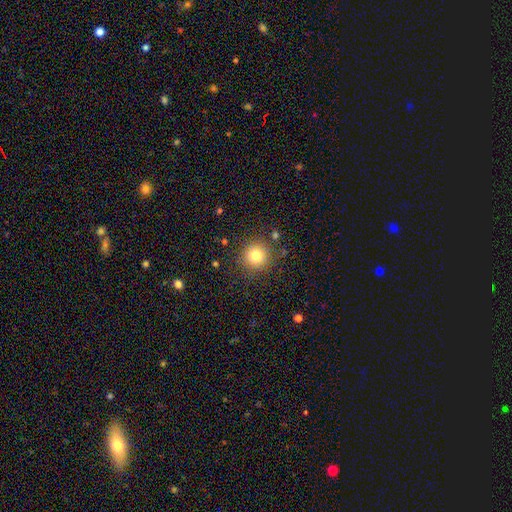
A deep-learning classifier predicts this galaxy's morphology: smooth-or-featured: smooth: 80% | star or artifact: 12% | featured or disk: 8%
  how-rounded: round: 94% | in between: 5% | cigar-shaped: 1%
  merging: none: 87% | minor disturbance: 8% | major disturbance: 3% | merger: 2%